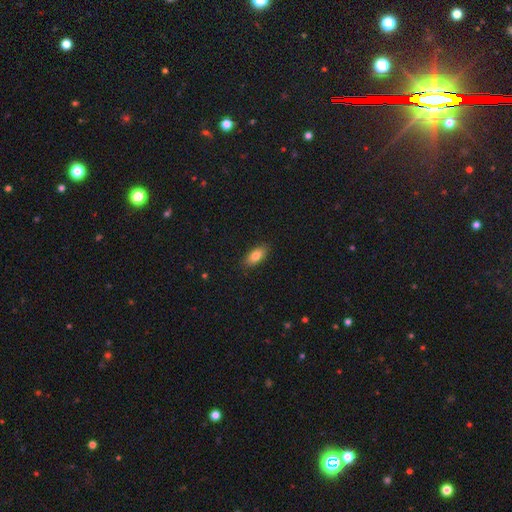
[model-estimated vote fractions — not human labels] The model was most divided on "smooth or featured": smooth: 81%, featured or disk: 12%, star or artifact: 7%. More confident: merging — none (87%); how rounded — in between (85%).